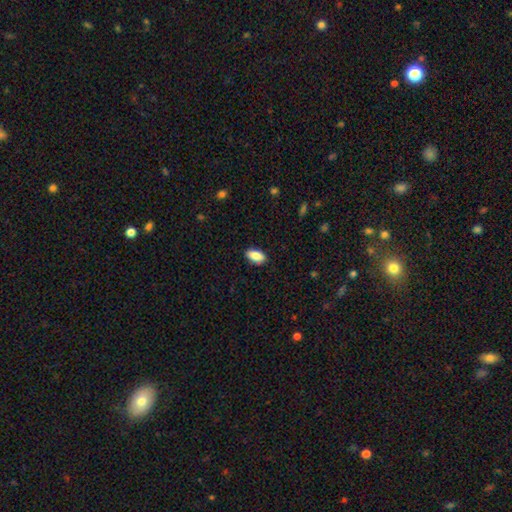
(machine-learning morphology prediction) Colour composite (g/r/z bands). It shows a smooth galaxy with no disk features (86%) that is in between round and cigar-shaped (91%). Merging: none (87%).